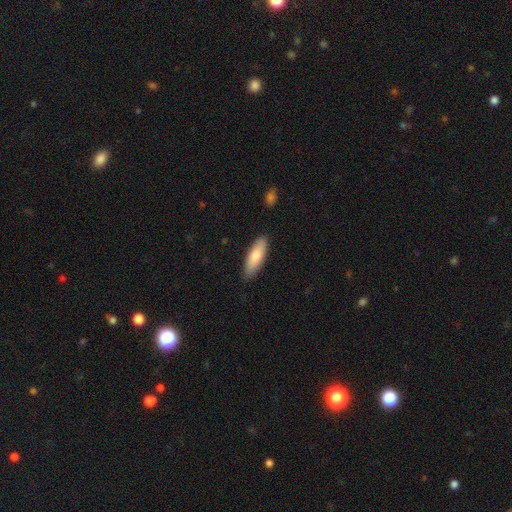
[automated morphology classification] Smooth or featured? Predicted: smooth (p=0.79). How rounded? Predicted: in between (p=0.56). Merging? Predicted: none (p=0.85).